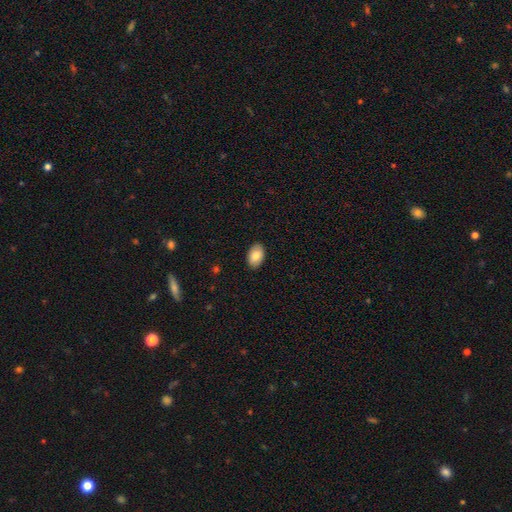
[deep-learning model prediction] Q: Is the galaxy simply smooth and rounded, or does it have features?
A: smooth — 83%.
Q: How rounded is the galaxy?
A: in between — 90%.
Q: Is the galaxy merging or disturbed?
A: none — 89%.